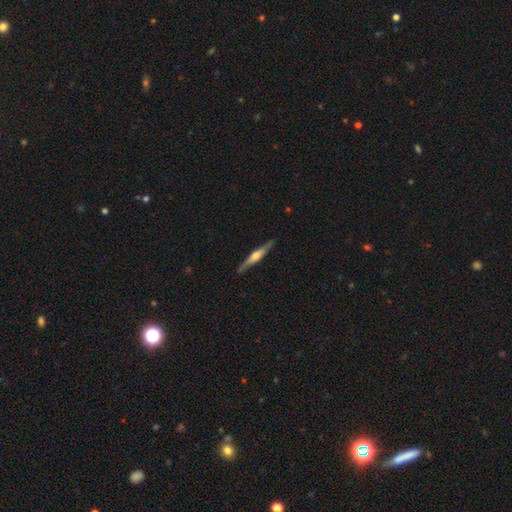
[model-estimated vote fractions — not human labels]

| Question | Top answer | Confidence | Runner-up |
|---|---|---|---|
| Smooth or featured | featured or disk | 70% | smooth (25%) |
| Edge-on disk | yes | 97% | no (3%) |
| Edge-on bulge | rounded | 82% | boxy (12%) |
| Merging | none | 89% | minor disturbance (8%) |